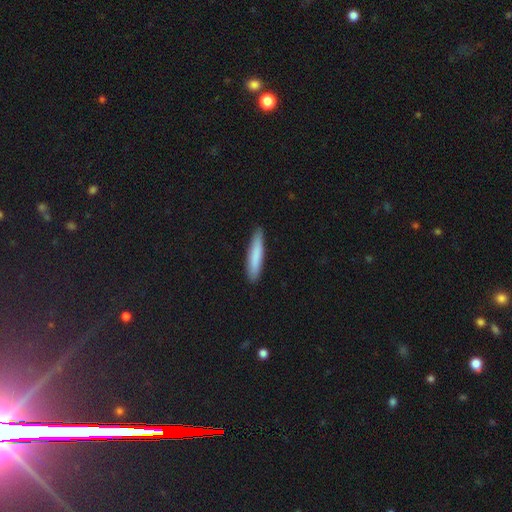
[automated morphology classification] Overall: smooth (81%). How rounded: cigar-shaped (90%). Merging: none (86%).